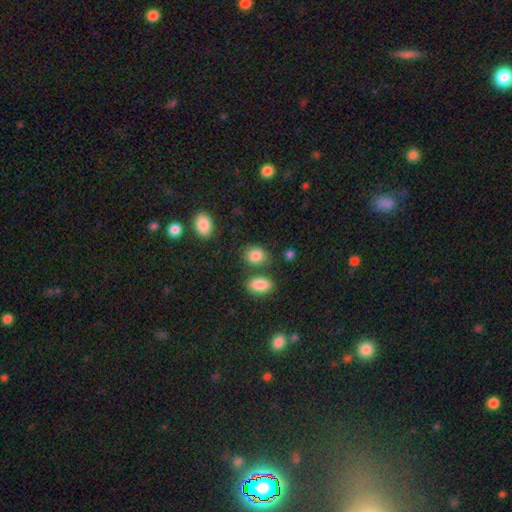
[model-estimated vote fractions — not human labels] smooth-or-featured: smooth: 86% | star or artifact: 9% | featured or disk: 5%
  how-rounded: in between: 57% | round: 42% | cigar-shaped: 1%
  merging: none: 71% | minor disturbance: 13% | merger: 12% | major disturbance: 4%